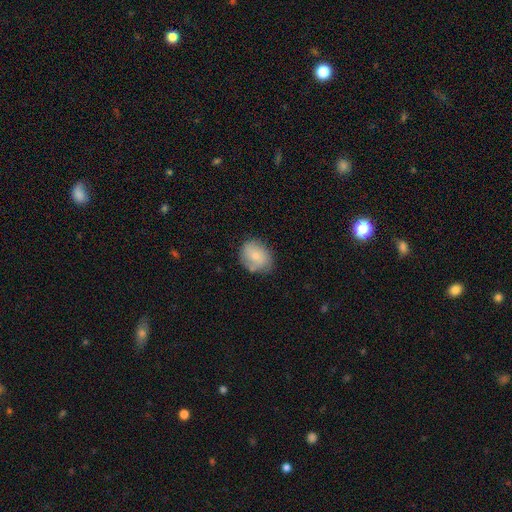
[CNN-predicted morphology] A smooth galaxy with no disk features (69%) that is in between round and cigar-shaped (54%). Merging: none (66%).